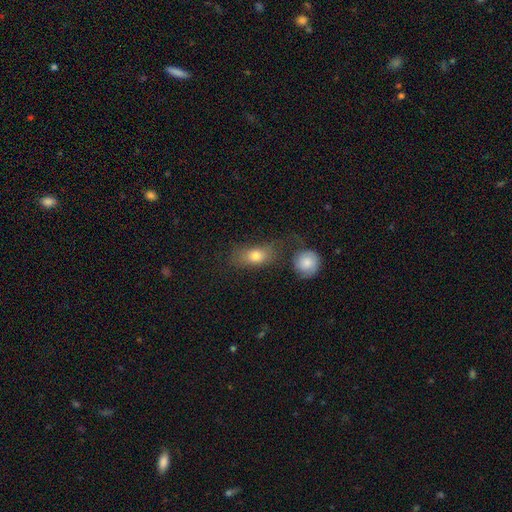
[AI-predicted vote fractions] Smooth or featured? smooth (76%)
How rounded? in between (74%)
Merging? none (45%)